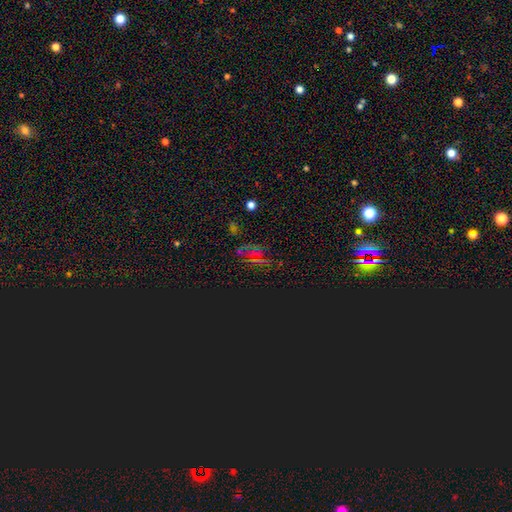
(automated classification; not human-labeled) A star or artifact, not a galaxy (66%).